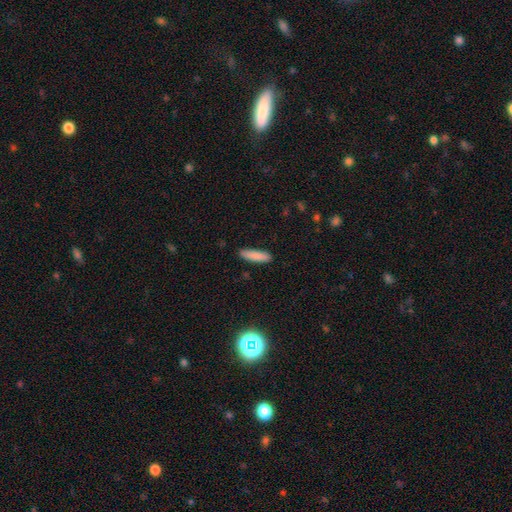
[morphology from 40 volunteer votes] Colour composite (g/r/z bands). It shows a smooth galaxy with no disk features (95%) that is cigar-shaped (66%). Merging: none (85%).